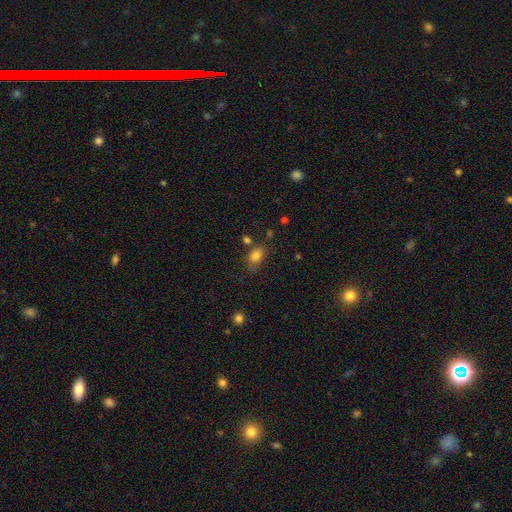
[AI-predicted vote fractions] This appears to be a smooth galaxy with no disk features (81%) that is in between round and cigar-shaped (77%). Merging: none (67%).